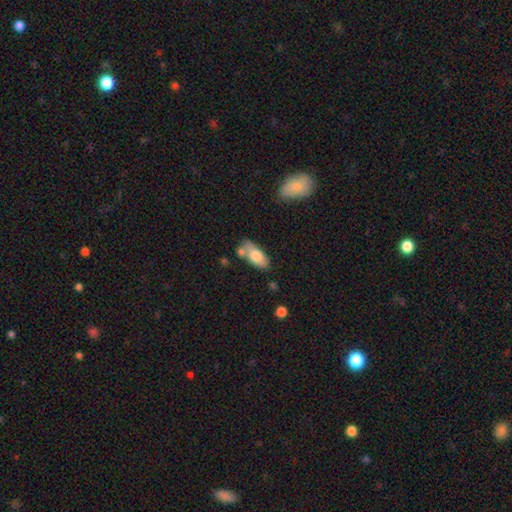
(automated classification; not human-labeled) Smooth or featured? Predicted: smooth (p=0.74). How rounded? Predicted: in between (p=0.87). Merging? Predicted: none (p=0.52).